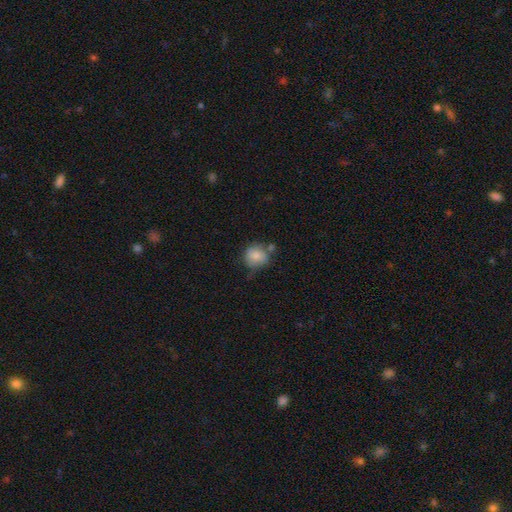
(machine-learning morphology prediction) This is likely a smooth galaxy (80%). How rounded: clearly round (83%). Merging: possibly none (56%).